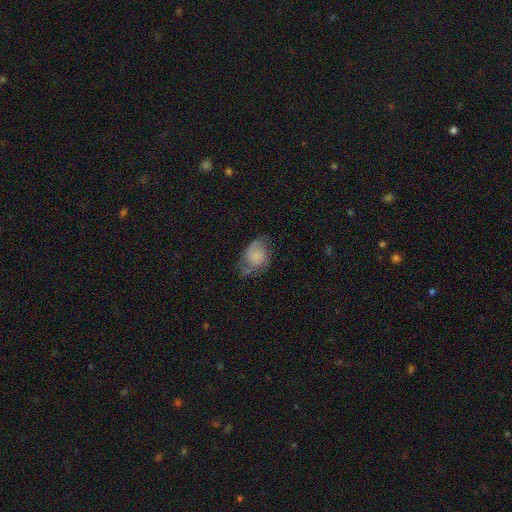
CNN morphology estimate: type=smooth (48%); merging=none (44%).